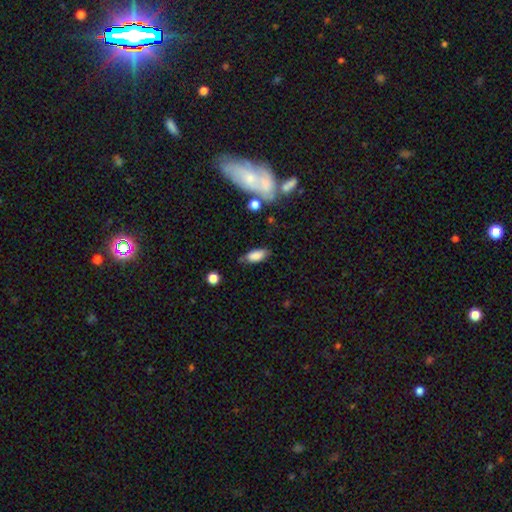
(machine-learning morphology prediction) This is clearly a smooth galaxy (82%). How rounded: clearly in between (86%). Merging: likely none (66%).